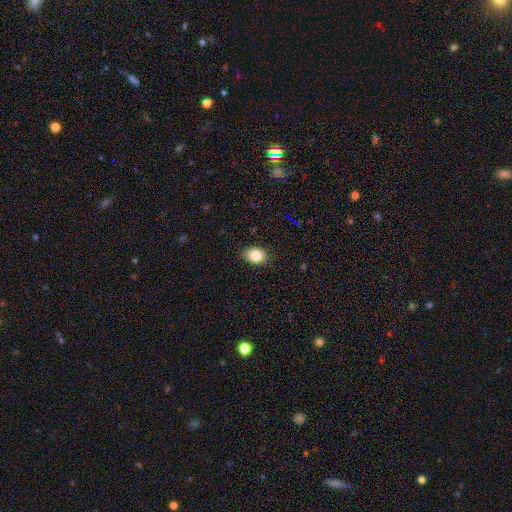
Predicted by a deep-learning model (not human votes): smooth 84%, star or artifact 9%, featured or disk 7%. Down the decision tree: how rounded — in between (70%); merging — none (86%).